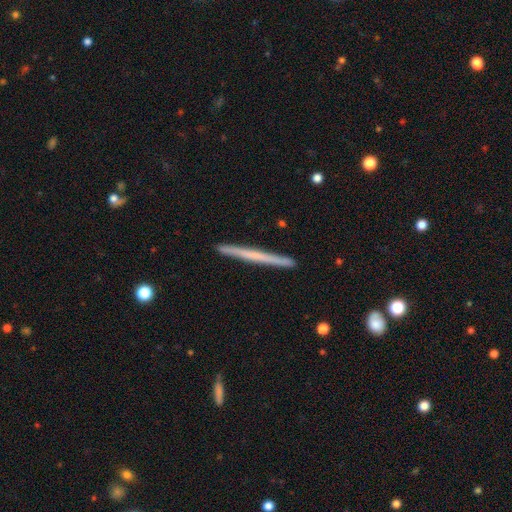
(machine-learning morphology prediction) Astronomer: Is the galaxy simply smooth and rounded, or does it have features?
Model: featured or disk — 48% (runner-up: smooth, 46%).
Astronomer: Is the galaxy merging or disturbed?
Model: none — 92%.